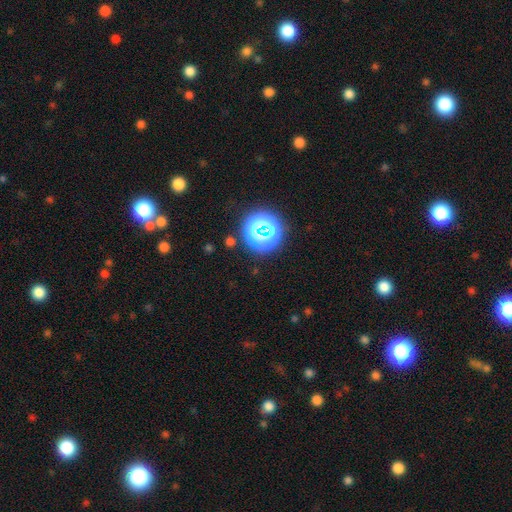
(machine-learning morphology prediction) Q: Smooth or featured?
A: star or artifact (79%); runner-up: smooth (14%)